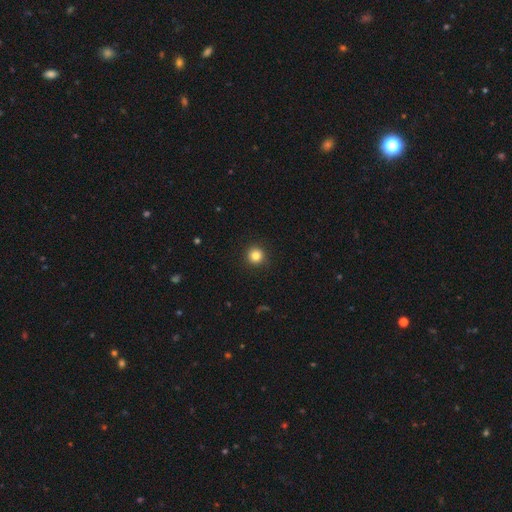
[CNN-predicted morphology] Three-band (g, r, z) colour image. It shows a smooth galaxy with no disk features (83%) that is round (95%). Merging: none (92%).